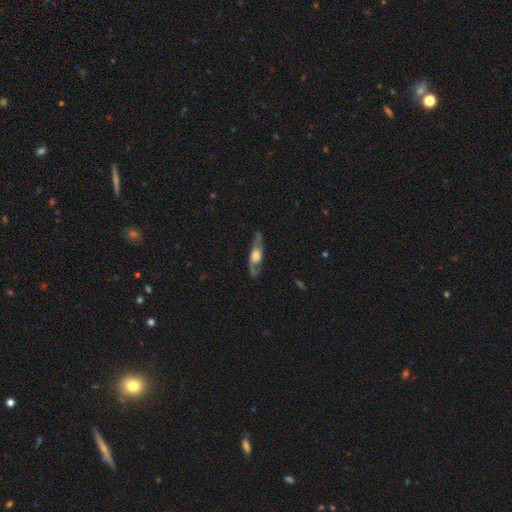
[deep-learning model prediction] Morphology: type=featured or disk (69%); edge-on=yes (57%); merging=none (74%).